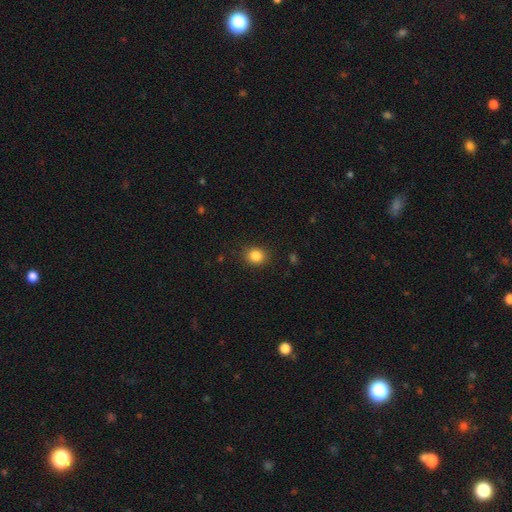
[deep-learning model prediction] Q: Smooth or featured?
A: smooth (85%); runner-up: star or artifact (10%)
Q: How rounded?
A: round (72%); runner-up: in between (27%)
Q: Merging?
A: none (88%); runner-up: minor disturbance (9%)